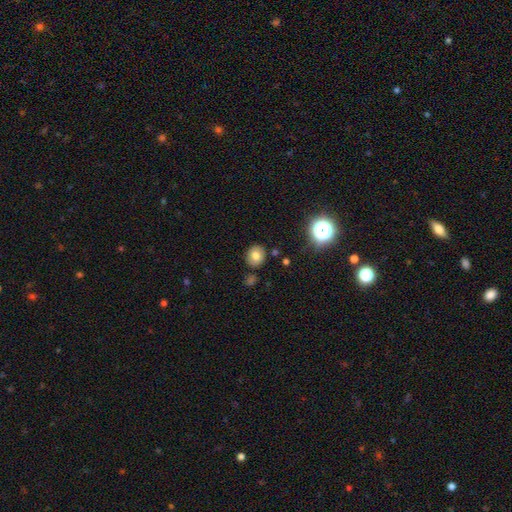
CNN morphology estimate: Smooth or featured: smooth — 74% (featured or disk — 13%)
How rounded: round — 77% (in between — 22%)
Merging: none — 85% (minor disturbance — 9%)